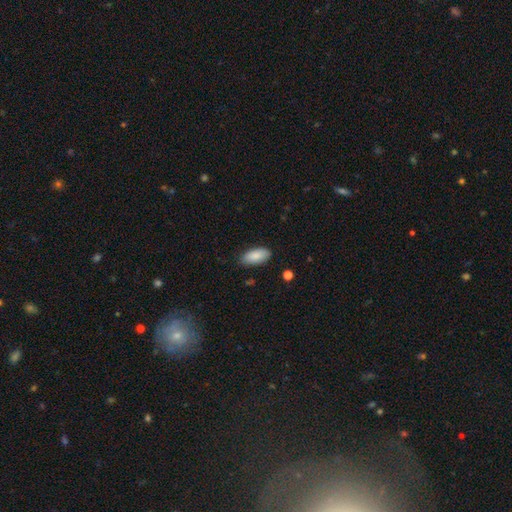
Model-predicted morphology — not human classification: Smooth or featured?
  - smooth: 87% *
  - featured or disk: 6%
  - star or artifact: 6%
How rounded?
  - in between: 91% *
  - cigar-shaped: 7%
  - round: 2%
Merging?
  - none: 81% *
  - minor disturbance: 15%
  - major disturbance: 3%
  - merger: 1%